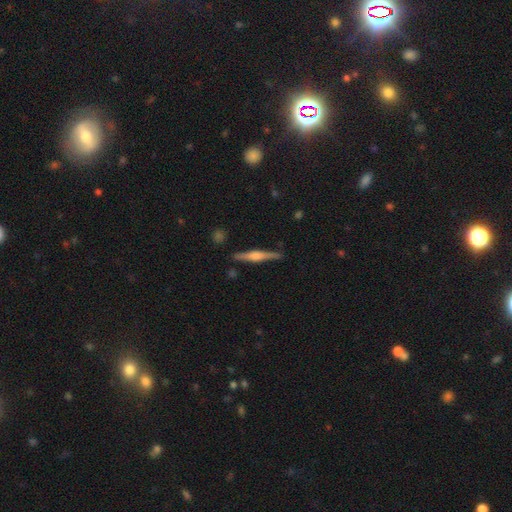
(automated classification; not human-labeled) This appears to be a featured or disk galaxy (77%) viewed edge-on (98%) with a rounded central bulge (77%). Merging: none (90%).